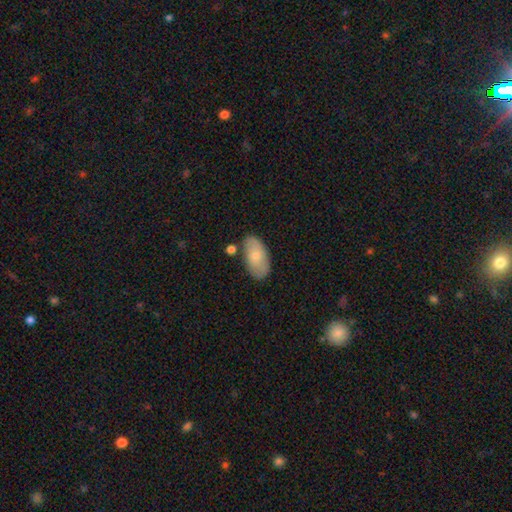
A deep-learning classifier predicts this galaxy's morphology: smooth 74%, featured or disk 20%, star or artifact 6%. Down the decision tree: how rounded — in between (94%); merging — none (71%).